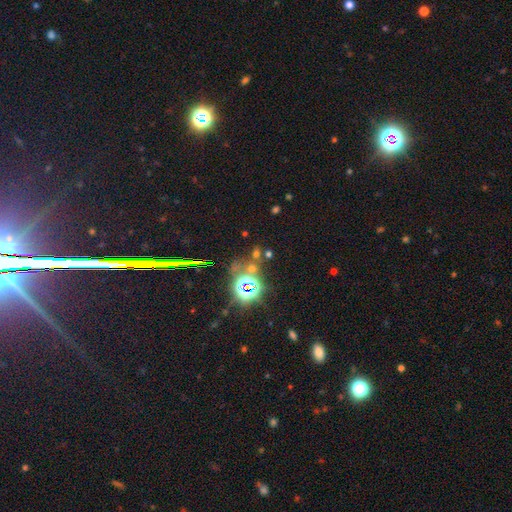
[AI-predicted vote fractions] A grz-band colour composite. It shows a star or artifact, not a galaxy (70%).